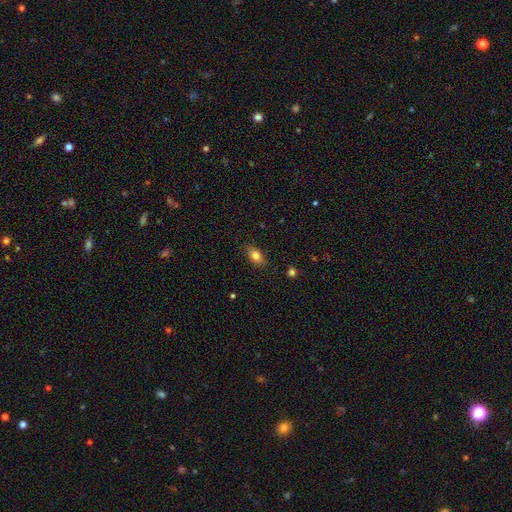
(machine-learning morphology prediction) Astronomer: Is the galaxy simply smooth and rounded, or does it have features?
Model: smooth — 80%.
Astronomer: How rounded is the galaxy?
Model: in between — 84%.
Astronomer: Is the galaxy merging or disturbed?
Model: none — 85%.